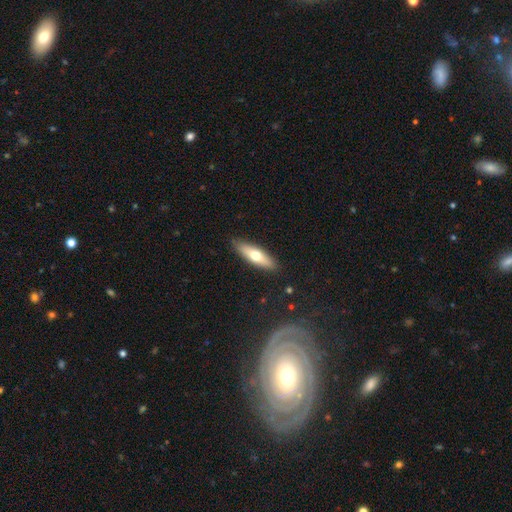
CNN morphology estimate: Smooth or featured? smooth (59%)
How rounded? cigar-shaped (54%)
Merging? none (88%)